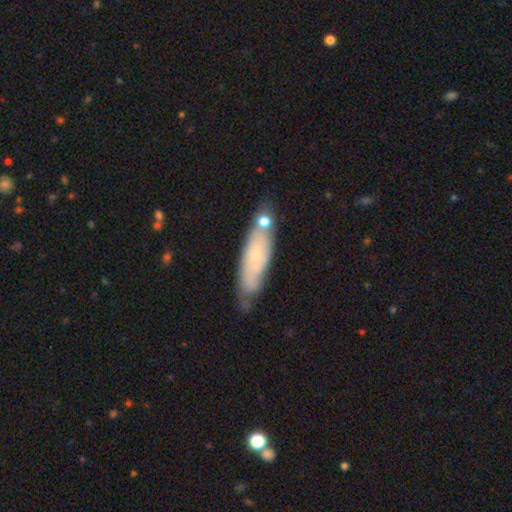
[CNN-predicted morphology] This appears to be a featured or disk galaxy (49%). Merging: none (60%).